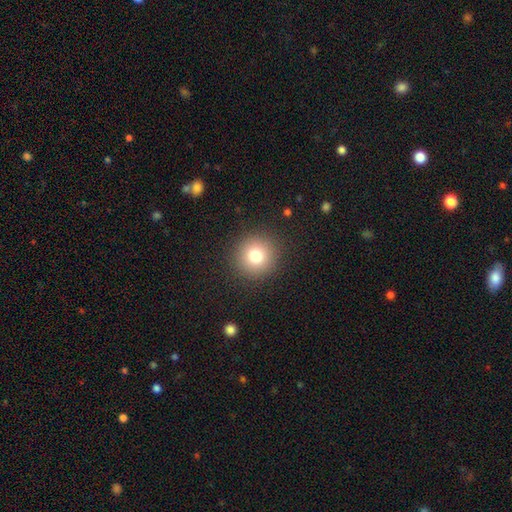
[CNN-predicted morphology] Smooth or featured? Predicted: smooth (p=0.78). How rounded? Predicted: round (p=0.95). Merging? Predicted: none (p=0.91).